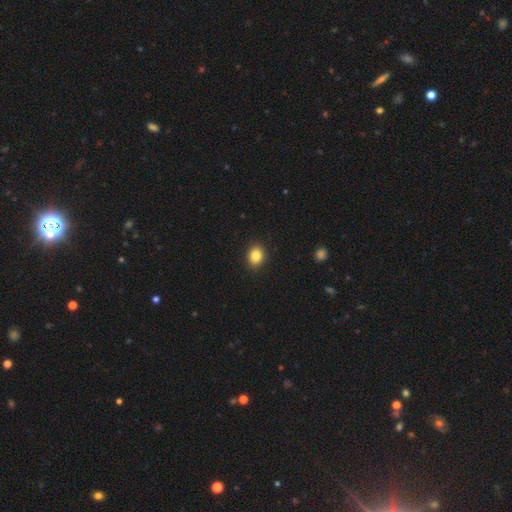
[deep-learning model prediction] smooth 86%, star or artifact 10%, featured or disk 5%. Down the decision tree: how rounded — round (55%); merging — none (91%).